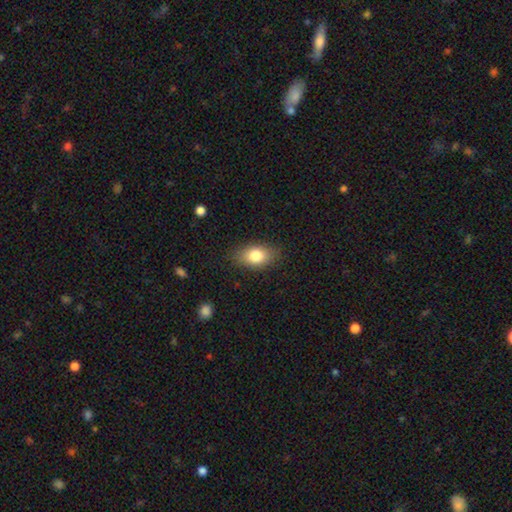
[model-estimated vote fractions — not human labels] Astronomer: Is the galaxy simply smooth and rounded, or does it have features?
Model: smooth — 82%.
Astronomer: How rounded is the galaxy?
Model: in between — 86%.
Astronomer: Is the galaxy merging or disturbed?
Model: none — 84%.